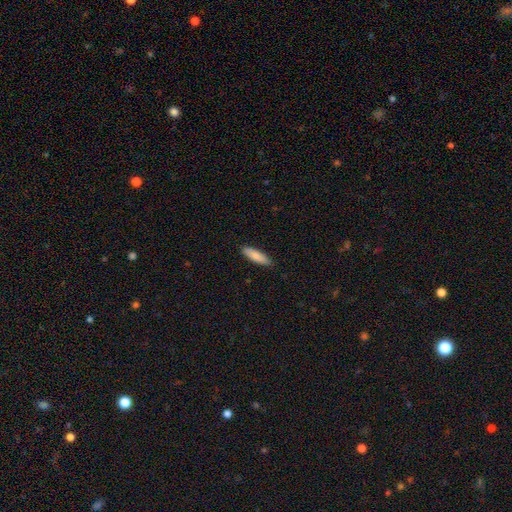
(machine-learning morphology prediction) smooth 83%, featured or disk 11%, star or artifact 5%. Down the decision tree: how rounded — cigar-shaped (66%); merging — none (89%).